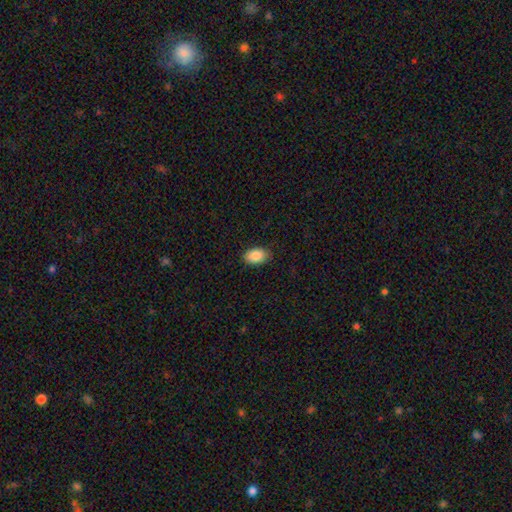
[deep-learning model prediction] Smooth or featured: smooth — 88% (star or artifact — 7%)
How rounded: in between — 90% (round — 9%)
Merging: none — 86% (minor disturbance — 11%)